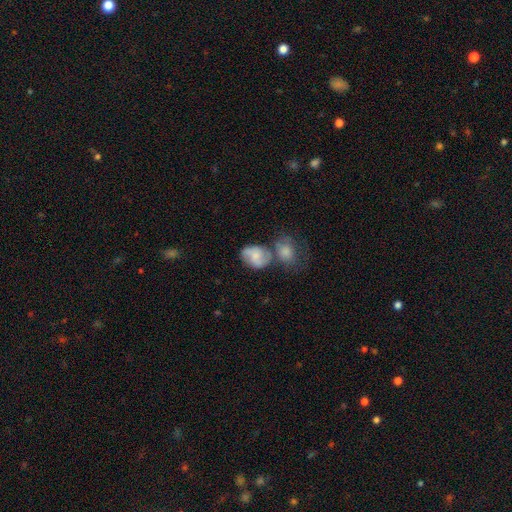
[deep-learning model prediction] Overall: featured or disk (47%; smooth 46%). Merging: none (40%; merger 35%).